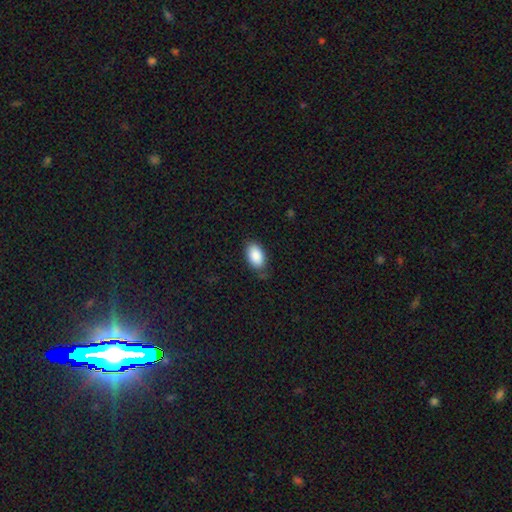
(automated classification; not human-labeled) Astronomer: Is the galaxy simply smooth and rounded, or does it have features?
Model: smooth — 89%.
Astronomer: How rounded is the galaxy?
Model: in between — 94%.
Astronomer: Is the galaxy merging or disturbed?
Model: none — 77%.